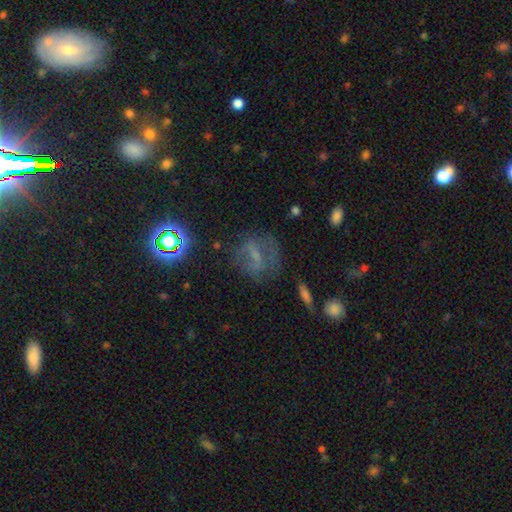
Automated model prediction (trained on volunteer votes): smooth-or-featured: featured or disk: 37% | smooth: 34% | star or artifact: 30%
  merging: none: 59% | minor disturbance: 19% | major disturbance: 18% | merger: 4%